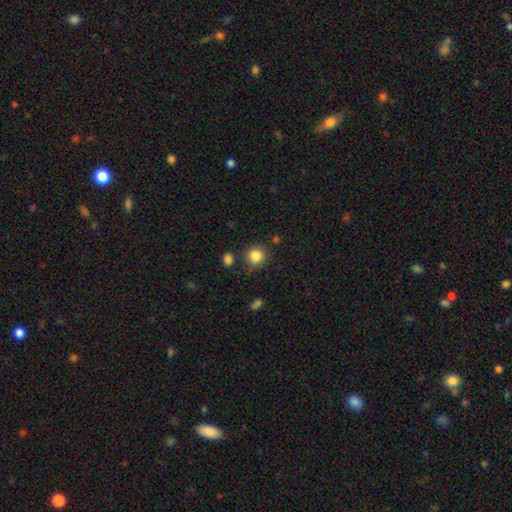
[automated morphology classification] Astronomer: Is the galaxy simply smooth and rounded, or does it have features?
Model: smooth — 85%.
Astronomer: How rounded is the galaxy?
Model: round — 91%.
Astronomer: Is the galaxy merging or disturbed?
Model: none — 82%.